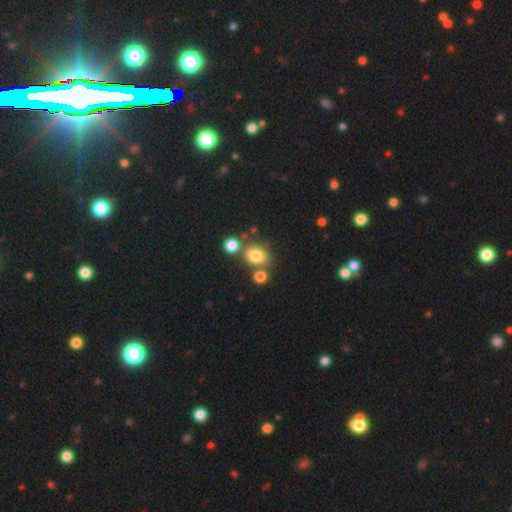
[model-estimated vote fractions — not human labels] The model was most divided on "how rounded": round: 60%, in between: 39%, cigar-shaped: 1%. More confident: smooth or featured — smooth (79%); merging — none (62%).